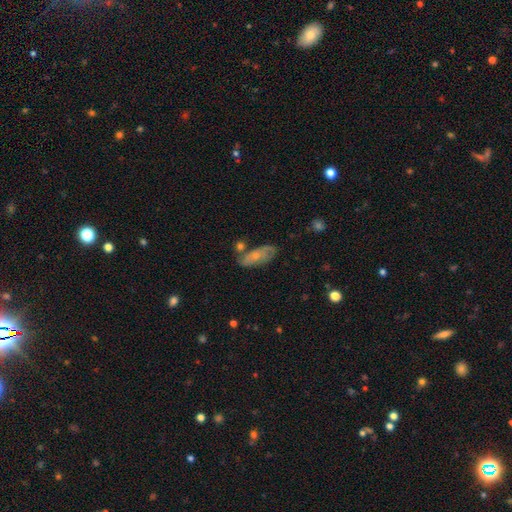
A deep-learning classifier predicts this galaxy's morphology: Smooth or featured? Predicted: smooth (p=0.53). How rounded? Predicted: in between (p=0.76). Merging? Predicted: none (p=0.59).